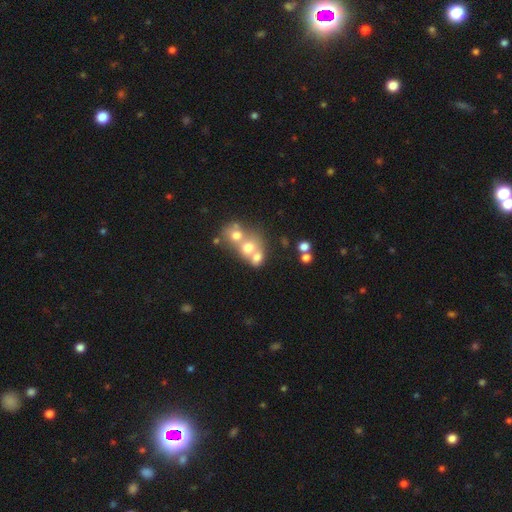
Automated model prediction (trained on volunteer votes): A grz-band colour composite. It shows a smooth galaxy with no disk features (55%) that is round (62%). Merging: merger (62%).